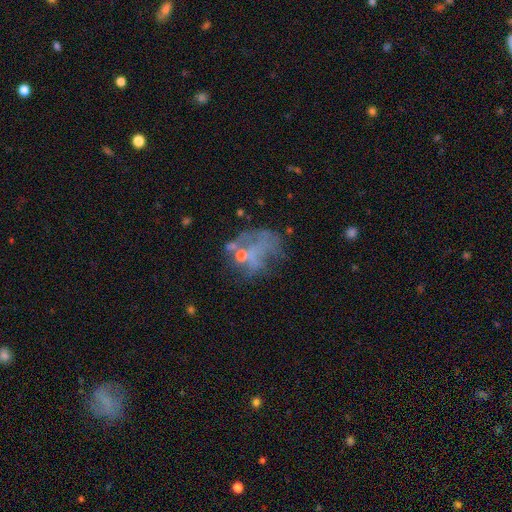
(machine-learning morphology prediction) This appears to be a featured or disk galaxy (51%). Merging: major disturbance (36%).